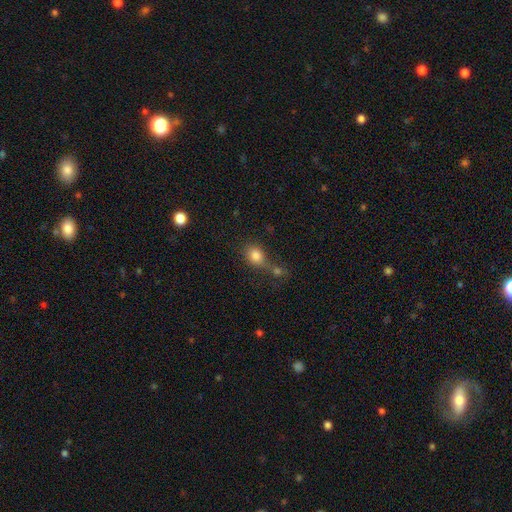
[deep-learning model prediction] Smooth or featured?
  - smooth: 81% *
  - star or artifact: 11%
  - featured or disk: 8%
How rounded?
  - round: 51% *
  - in between: 47%
  - cigar-shaped: 2%
Merging?
  - none: 41% *
  - merger: 40%
  - minor disturbance: 12%
  - major disturbance: 7%